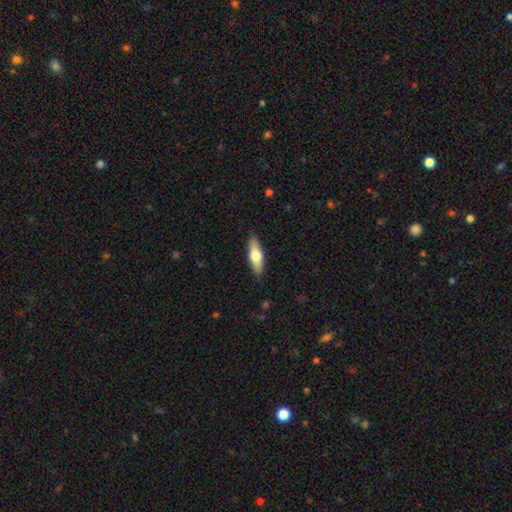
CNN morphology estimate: Overall: smooth (59%; featured or disk 35%). How rounded: in between (52%; cigar-shaped 46%). Merging: none (88%).